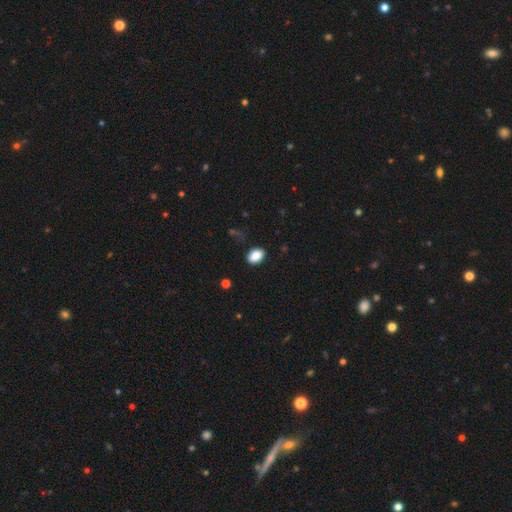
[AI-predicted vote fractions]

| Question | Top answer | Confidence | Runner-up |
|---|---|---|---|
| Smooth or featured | smooth | 88% | star or artifact (8%) |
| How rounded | in between | 85% | round (13%) |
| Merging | none | 83% | minor disturbance (13%) |